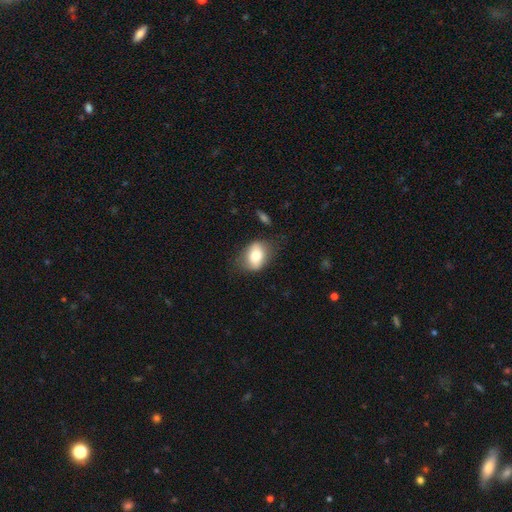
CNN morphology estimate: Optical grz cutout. It shows a smooth galaxy with no disk features (73%) that is in between round and cigar-shaped (77%). Merging: none (68%).